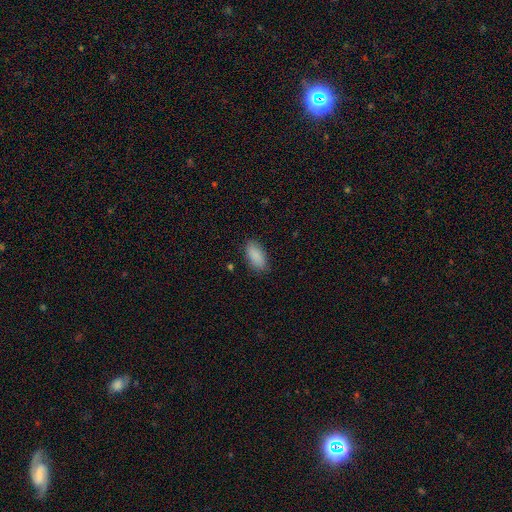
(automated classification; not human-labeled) This appears to be a smooth galaxy with no disk features (89%) that is in between round and cigar-shaped (89%). Merging: none (84%).